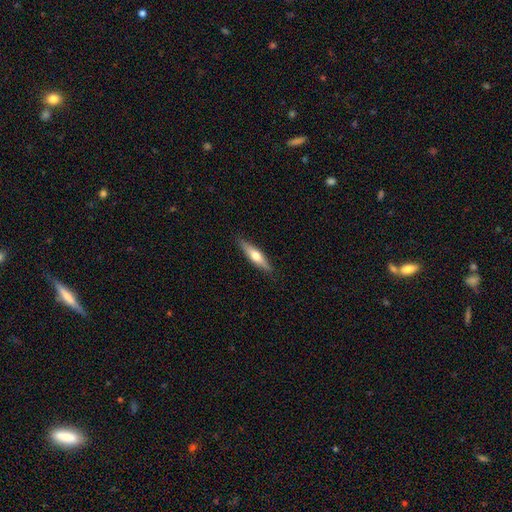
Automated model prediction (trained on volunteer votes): Morphology: type=smooth (50%); merging=none (88%).